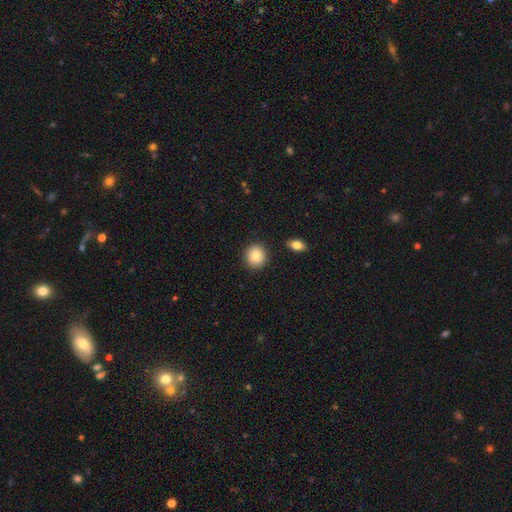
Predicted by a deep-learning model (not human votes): Overall: smooth (82%). How rounded: round (88%). Merging: none (89%).